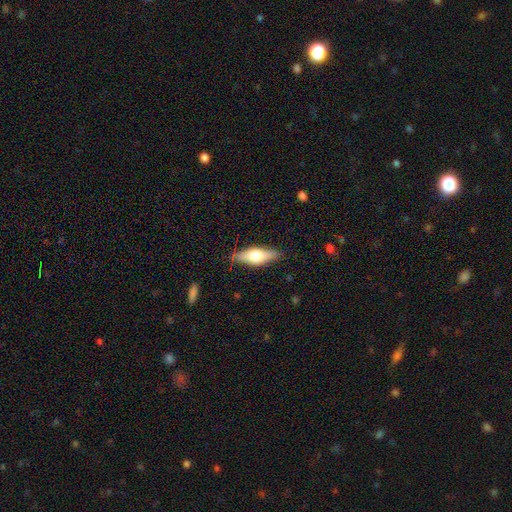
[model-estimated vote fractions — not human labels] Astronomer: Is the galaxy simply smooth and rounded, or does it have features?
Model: smooth — 51% (runner-up: featured or disk, 43%).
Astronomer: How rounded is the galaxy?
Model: in between — 56% (runner-up: cigar-shaped, 41%).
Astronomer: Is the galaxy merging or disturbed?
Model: none — 84%.